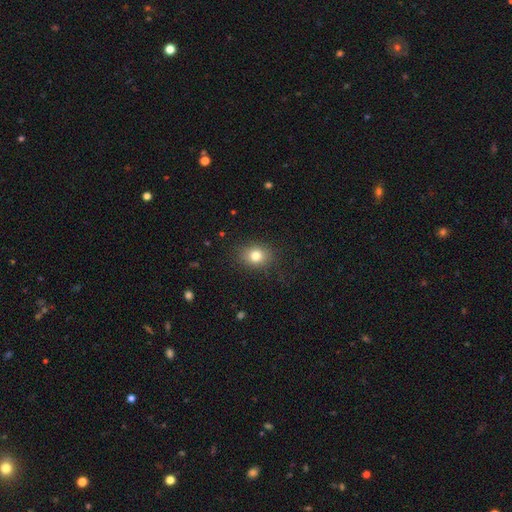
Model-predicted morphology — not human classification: Q: Smooth or featured?
A: smooth (80%); runner-up: star or artifact (12%)
Q: How rounded?
A: round (53%); runner-up: in between (46%)
Q: Merging?
A: none (84%); runner-up: minor disturbance (11%)